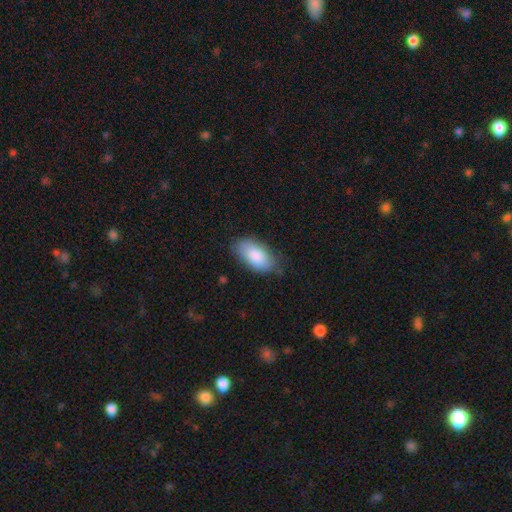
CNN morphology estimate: Overall: smooth (86%). How rounded: in between (94%). Merging: none (74%).